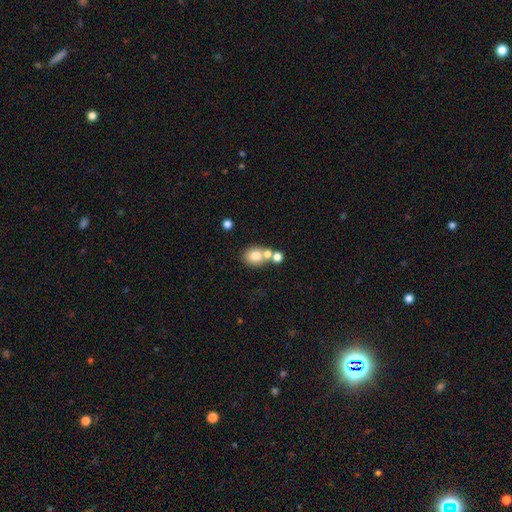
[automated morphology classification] Smooth or featured?
  - smooth: 75% *
  - featured or disk: 13%
  - star or artifact: 11%
How rounded?
  - round: 65% *
  - in between: 34%
  - cigar-shaped: 1%
Merging?
  - none: 51% *
  - merger: 35%
  - minor disturbance: 10%
  - major disturbance: 4%